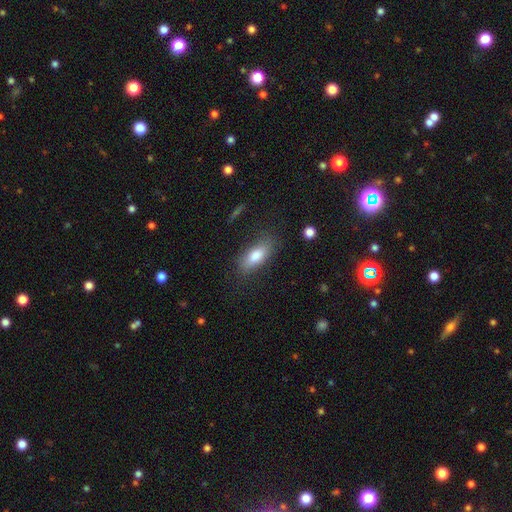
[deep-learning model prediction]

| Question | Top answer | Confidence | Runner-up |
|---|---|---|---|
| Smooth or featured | smooth | 79% | featured or disk (14%) |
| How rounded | in between | 79% | cigar-shaped (18%) |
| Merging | none | 75% | minor disturbance (17%) |